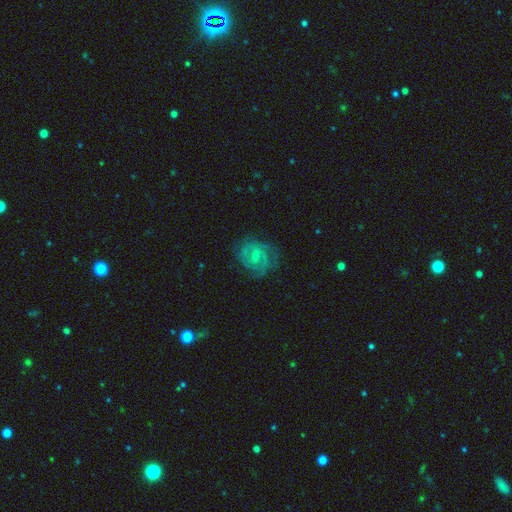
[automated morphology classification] Smooth or featured?
  - featured or disk: 76% *
  - smooth: 14%
  - star or artifact: 10%
Edge-on disk?
  - no: 98% *
  - yes: 2%
Bar?
  - weak: 48% *
  - no: 42%
  - strong: 10%
Spiral arms?
  - yes: 92% *
  - no: 8%
Spiral winding?
  - tight: 55% *
  - medium: 36%
  - loose: 9%
Spiral arm count?
  - 2: 36% *
  - can't tell: 29%
  - 3: 18%
  - 4: 6%
  - 1: 5%
  - more than 4: 5%
Bulge size?
  - small: 62% *
  - moderate: 32%
  - none: 4%
  - large: 1%
  - dominant: 1%
Merging?
  - none: 75% *
  - minor disturbance: 17%
  - major disturbance: 8%
  - merger: 1%